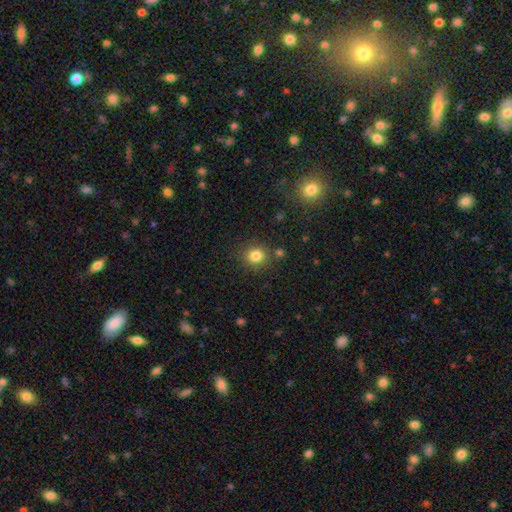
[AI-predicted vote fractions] Smooth or featured: smooth — 82% (star or artifact — 12%)
How rounded: round — 84% (in between — 15%)
Merging: none — 82% (minor disturbance — 9%)